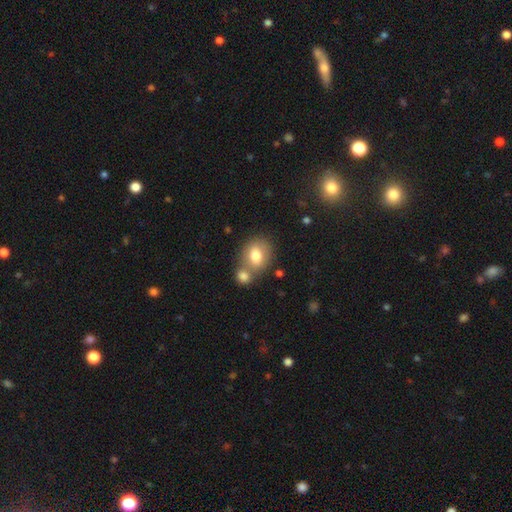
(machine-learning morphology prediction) Q: Smooth or featured?
A: smooth (77%); runner-up: featured or disk (15%)
Q: How rounded?
A: in between (50%); runner-up: round (49%)
Q: Merging?
A: none (46%); runner-up: merger (39%)